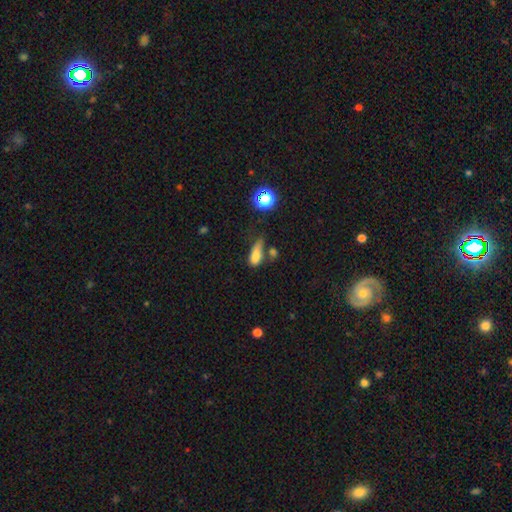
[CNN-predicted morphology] This appears to be a smooth galaxy with no disk features (77%) that is in between round and cigar-shaped (74%). Merging: none (31%).